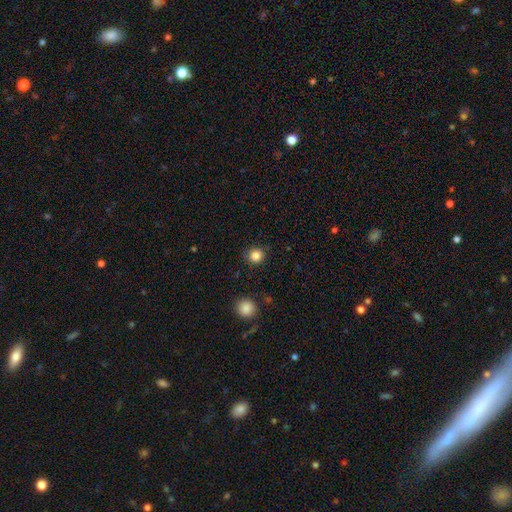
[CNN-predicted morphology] A smooth galaxy with no disk features (84%) that is round (91%).

Vote fractions:
- Smooth or featured? smooth: 84% / star or artifact: 12% / featured or disk: 4%
- How rounded? round: 91% / in between: 8% / cigar-shaped: 1%
- Merging? none: 89% / minor disturbance: 7% / major disturbance: 2% / merger: 2%